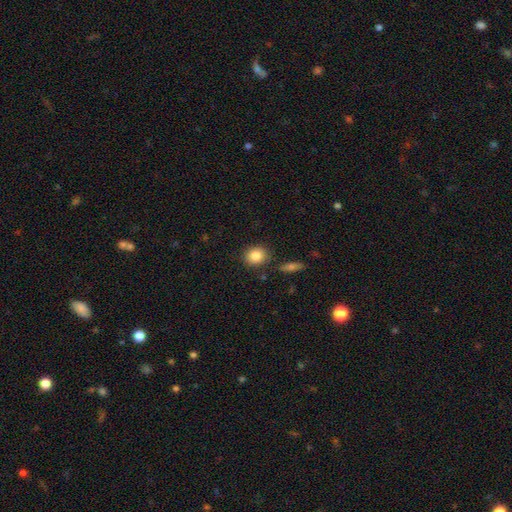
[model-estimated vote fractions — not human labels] Smooth or featured: smooth — 86% (star or artifact — 8%)
How rounded: round — 61% (in between — 38%)
Merging: none — 82% (minor disturbance — 11%)